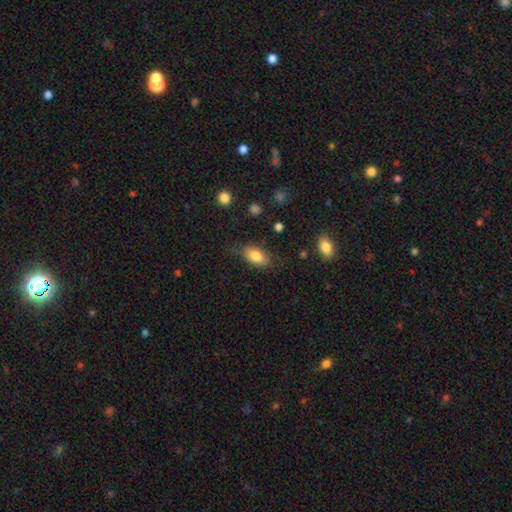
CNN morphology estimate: This is likely a smooth galaxy (80%). How rounded: clearly in between (90%). Merging: likely none (72%).